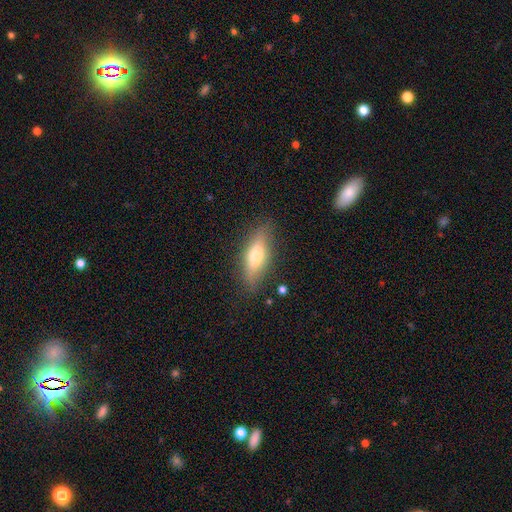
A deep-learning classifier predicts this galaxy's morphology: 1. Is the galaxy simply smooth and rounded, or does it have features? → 59% smooth, 34% featured or disk, 7% star or artifact.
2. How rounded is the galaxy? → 52% in between, 45% cigar-shaped, 3% round.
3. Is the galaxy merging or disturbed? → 81% none, 14% minor disturbance, 3% major disturbance, 2% merger.